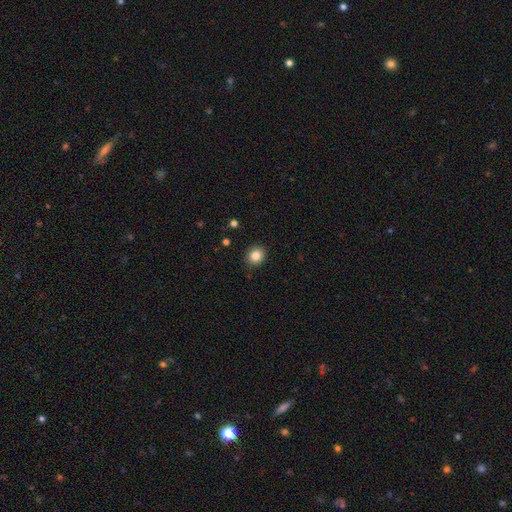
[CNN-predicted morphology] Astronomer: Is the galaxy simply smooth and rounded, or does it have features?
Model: smooth — 84%.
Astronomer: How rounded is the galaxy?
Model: round — 78%.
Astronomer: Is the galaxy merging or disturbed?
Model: none — 90%.